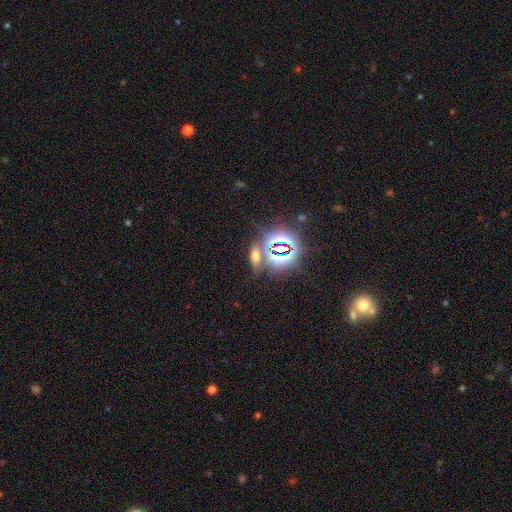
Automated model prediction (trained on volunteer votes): Smooth or featured? star or artifact (48%)